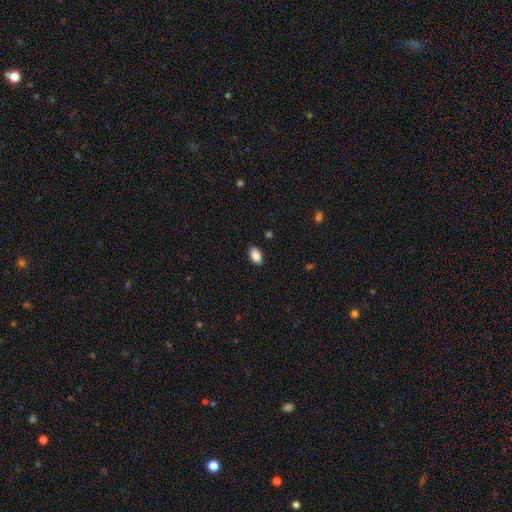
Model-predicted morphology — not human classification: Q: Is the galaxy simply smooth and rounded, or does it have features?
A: smooth — 87%.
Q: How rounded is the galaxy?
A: in between — 91%.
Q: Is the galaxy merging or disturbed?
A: none — 88%.